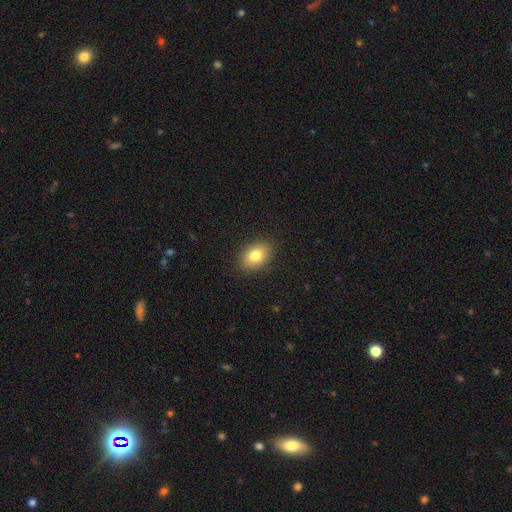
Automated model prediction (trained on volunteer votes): Smooth or featured: smooth — 79% (featured or disk — 12%)
How rounded: in between — 81% (round — 18%)
Merging: none — 88% (minor disturbance — 8%)